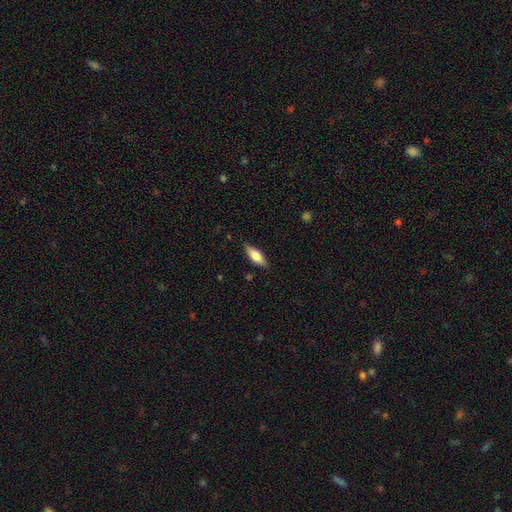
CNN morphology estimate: smooth_or_featured: smooth (p=0.67) [alt: featured or disk p=0.27]
how_rounded: in between (p=0.63) [alt: cigar-shaped p=0.34]
merging: none (p=0.84) [alt: minor disturbance p=0.12]